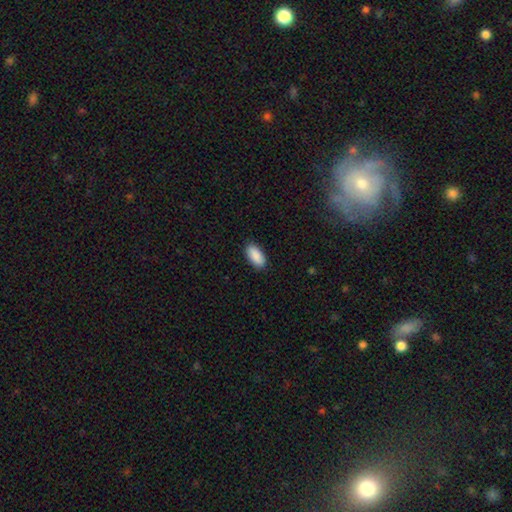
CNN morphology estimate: This appears to be a smooth galaxy with no disk features (90%) that is in between round and cigar-shaped (93%). Merging: none (89%).